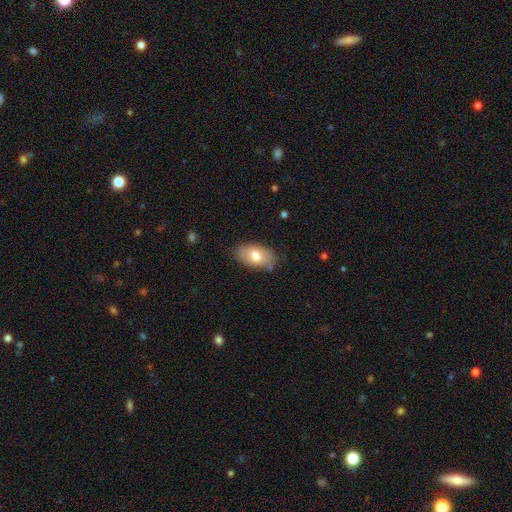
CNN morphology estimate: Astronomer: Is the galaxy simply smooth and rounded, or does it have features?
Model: smooth — 74%.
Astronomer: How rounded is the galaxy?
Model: in between — 92%.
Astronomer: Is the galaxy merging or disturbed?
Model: none — 81%.